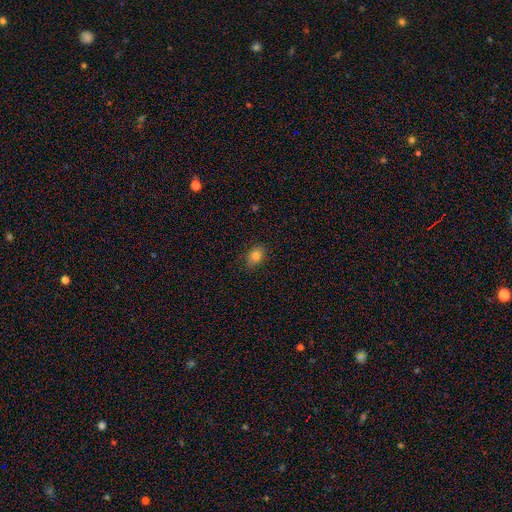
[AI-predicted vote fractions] The model was most divided on "how rounded": in between: 72%, round: 26%, cigar-shaped: 1%. More confident: merging — none (83%); smooth or featured — smooth (81%).